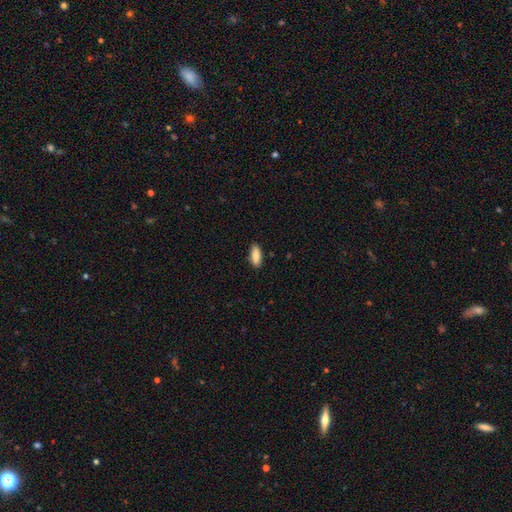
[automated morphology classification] The model was most divided on "how rounded": in between: 79%, cigar-shaped: 19%, round: 2%. More confident: merging — none (87%); smooth or featured — smooth (85%).